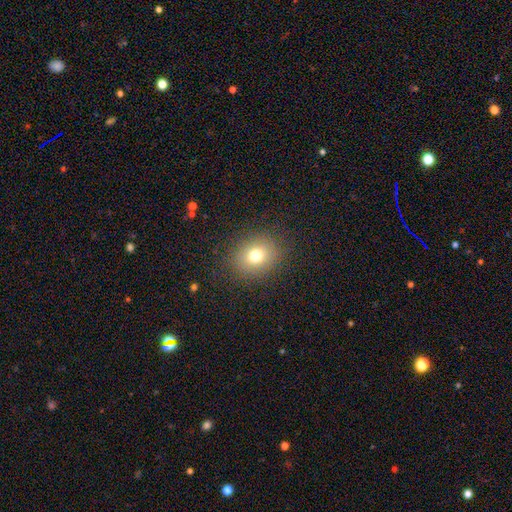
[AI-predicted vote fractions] smooth_or_featured: smooth (p=0.75) [alt: star or artifact p=0.14]
how_rounded: round (p=0.57) [alt: in between p=0.42]
merging: none (p=0.85) [alt: minor disturbance p=0.09]